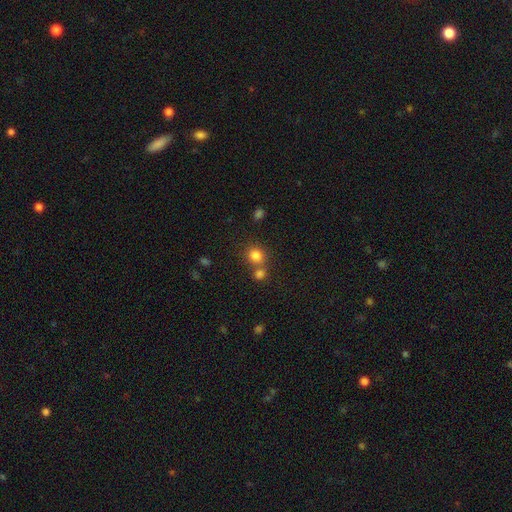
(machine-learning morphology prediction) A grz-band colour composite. It shows a smooth galaxy with no disk features (81%) that is round (83%). Merging: none (58%).